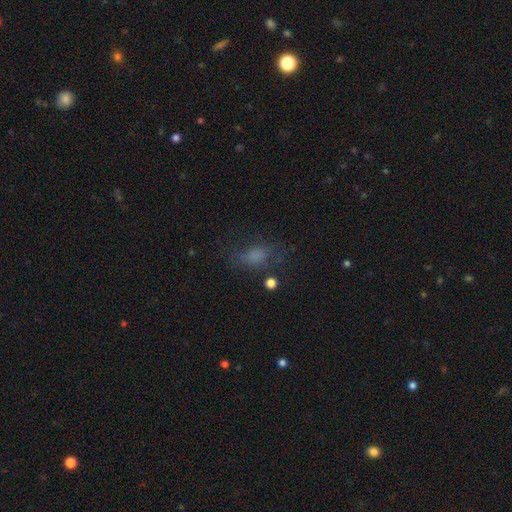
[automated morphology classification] The model was most divided on "merging": none: 53%, minor disturbance: 22%, major disturbance: 22%, merger: 3%. More confident: how rounded — in between (72%); smooth or featured — smooth (64%).